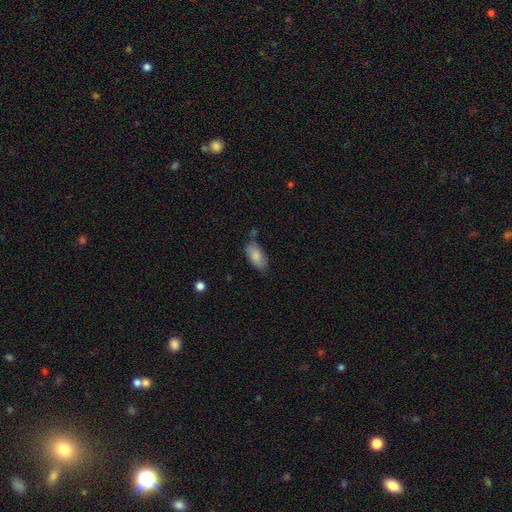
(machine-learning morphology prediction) A smooth galaxy with no disk features (83%) that is in between round and cigar-shaped (92%).

Vote fractions:
- Smooth or featured? smooth: 83% / featured or disk: 11% / star or artifact: 7%
- How rounded? in between: 92% / cigar-shaped: 6% / round: 3%
- Merging? none: 67% / minor disturbance: 22% / merger: 6% / major disturbance: 5%